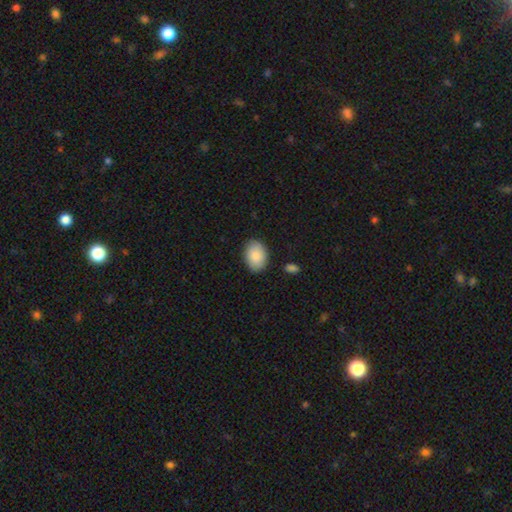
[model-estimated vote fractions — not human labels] Smooth or featured?
  - smooth: 88% *
  - star or artifact: 6%
  - featured or disk: 6%
How rounded?
  - in between: 84% *
  - round: 15%
  - cigar-shaped: 1%
Merging?
  - none: 85% *
  - minor disturbance: 11%
  - major disturbance: 2%
  - merger: 2%